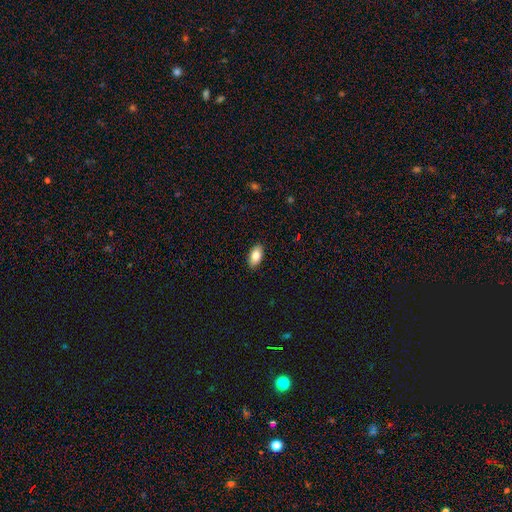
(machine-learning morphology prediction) Q: Smooth or featured?
A: smooth (84%); runner-up: featured or disk (9%)
Q: How rounded?
A: in between (93%); runner-up: round (4%)
Q: Merging?
A: none (90%); runner-up: minor disturbance (8%)